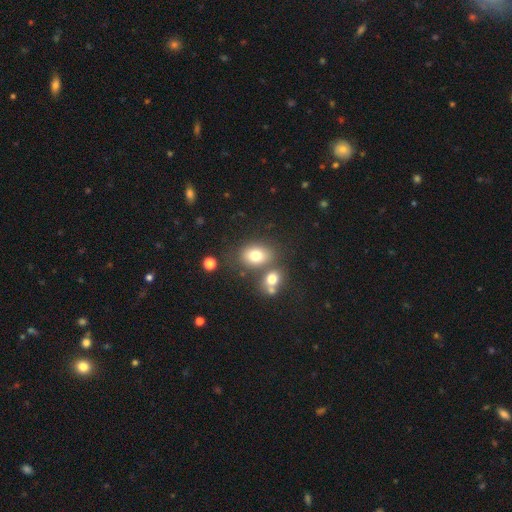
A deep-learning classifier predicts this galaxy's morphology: This is likely a smooth galaxy (76%). How rounded: likely in between (64%). Merging: possibly none (59%).